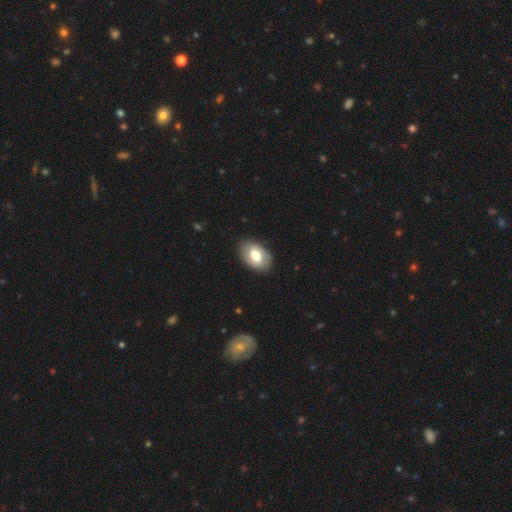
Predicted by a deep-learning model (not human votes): This is possibly a smooth galaxy (59%). How rounded: clearly in between (90%). Merging: clearly none (86%).